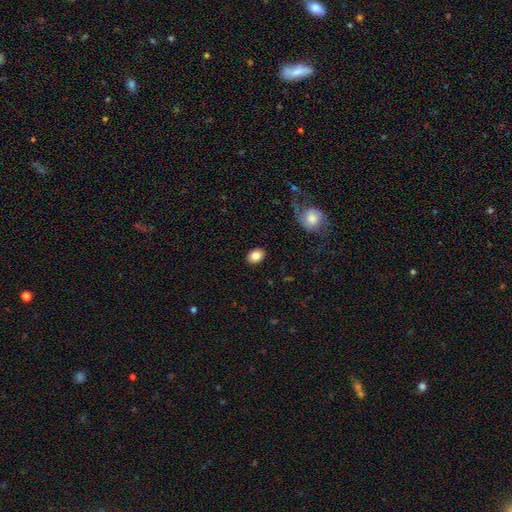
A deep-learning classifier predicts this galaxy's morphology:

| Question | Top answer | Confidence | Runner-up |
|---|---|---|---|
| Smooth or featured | smooth | 84% | featured or disk (8%) |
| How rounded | in between | 72% | round (27%) |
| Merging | none | 88% | minor disturbance (8%) |